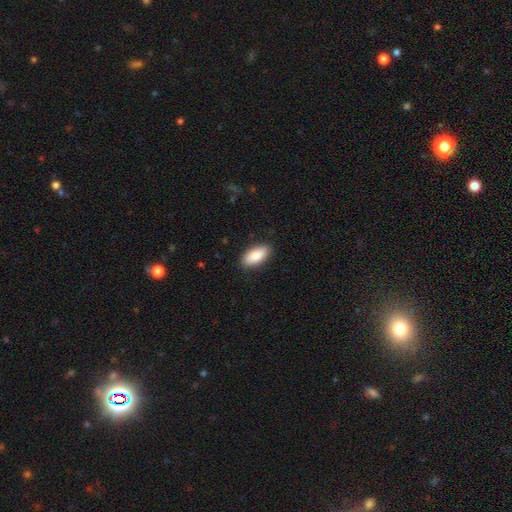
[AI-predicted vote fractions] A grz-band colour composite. It shows a smooth galaxy with no disk features (85%) that is in between round and cigar-shaped (90%). Merging: none (88%).